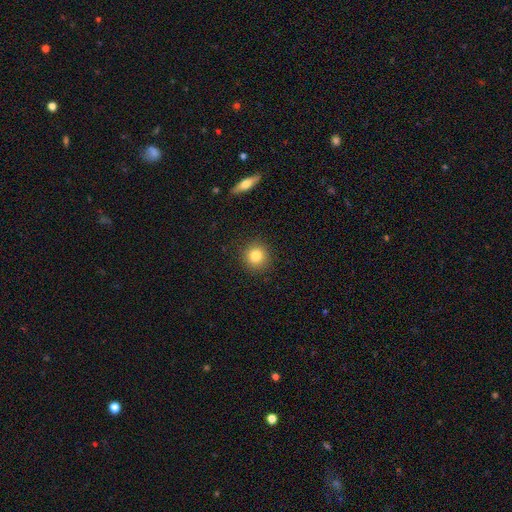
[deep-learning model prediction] Morphology: type=smooth (82%); roundness=round (93%); merging=none (91%).